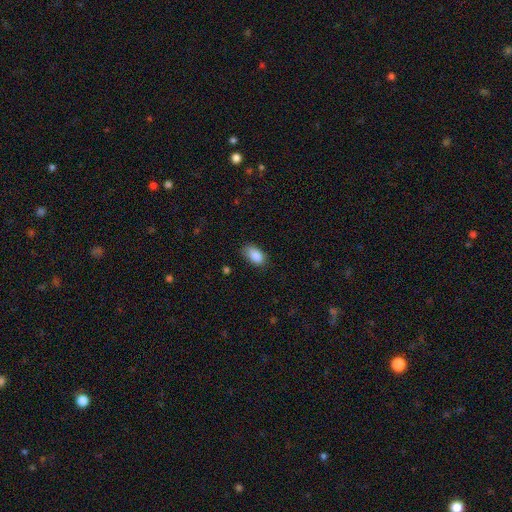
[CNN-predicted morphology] Overall: smooth (88%). How rounded: in between (92%). Merging: none (74%).